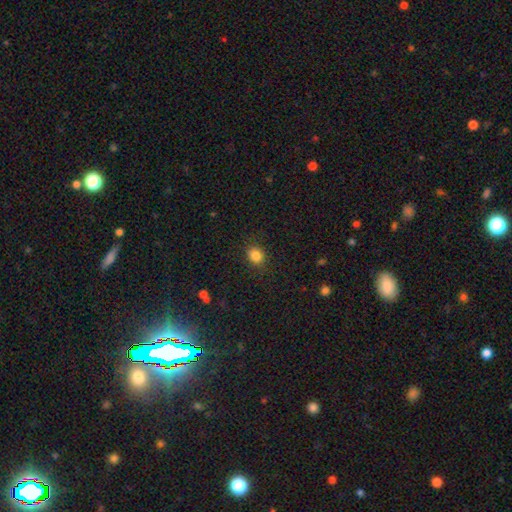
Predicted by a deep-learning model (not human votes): Overall: smooth (84%). How rounded: round (64%; in between 35%). Merging: none (85%).